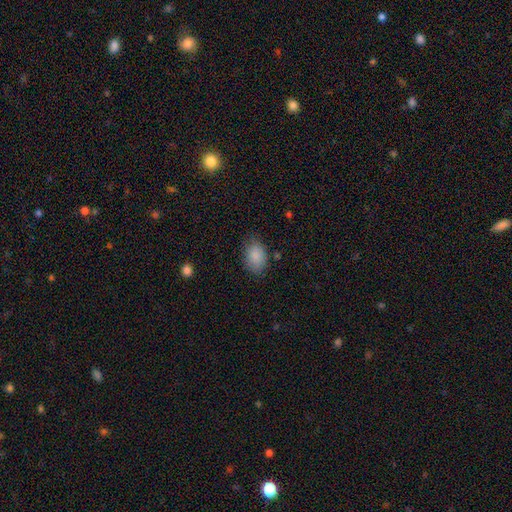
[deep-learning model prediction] smooth-or-featured: smooth: 88% | star or artifact: 7% | featured or disk: 5%
  how-rounded: in between: 83% | round: 16% | cigar-shaped: 1%
  merging: none: 74% | minor disturbance: 20% | major disturbance: 5% | merger: 2%